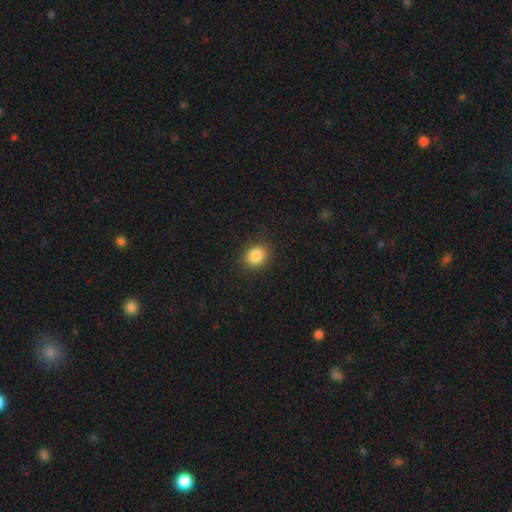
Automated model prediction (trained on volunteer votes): A smooth galaxy with no disk features (85%) that is round (62%).

Vote fractions:
- Smooth or featured? smooth: 85% / star or artifact: 10% / featured or disk: 5%
- How rounded? round: 62% / in between: 37% / cigar-shaped: 1%
- Merging? none: 89% / minor disturbance: 8% / major disturbance: 2% / merger: 1%